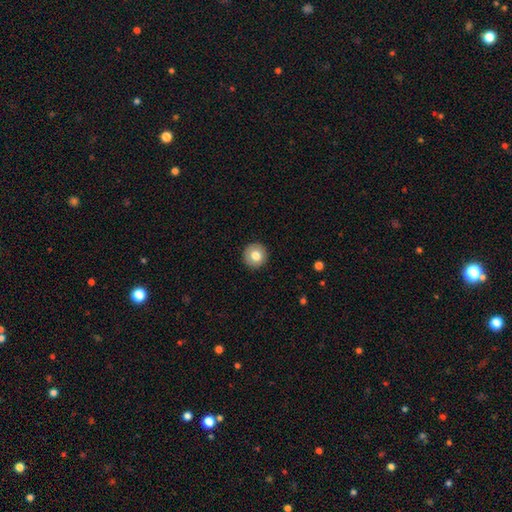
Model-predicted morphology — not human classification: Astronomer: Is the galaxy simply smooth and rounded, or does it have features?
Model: smooth — 79%.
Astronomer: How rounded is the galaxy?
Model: round — 95%.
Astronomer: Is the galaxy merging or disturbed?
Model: none — 92%.